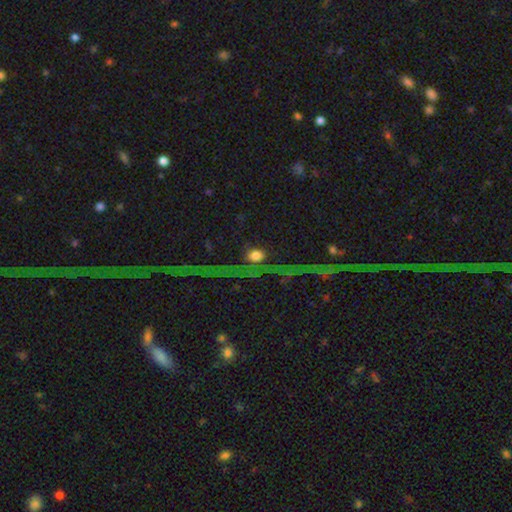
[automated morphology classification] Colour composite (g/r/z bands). It shows a smooth galaxy with no disk features (52%) that is round (66%). Merging: none (63%).